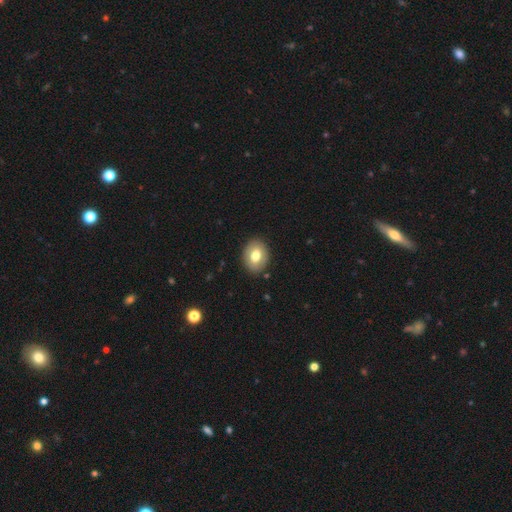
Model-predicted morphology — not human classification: Smooth or featured: smooth — 71% (featured or disk — 22%)
How rounded: in between — 65% (round — 34%)
Merging: none — 87% (minor disturbance — 9%)